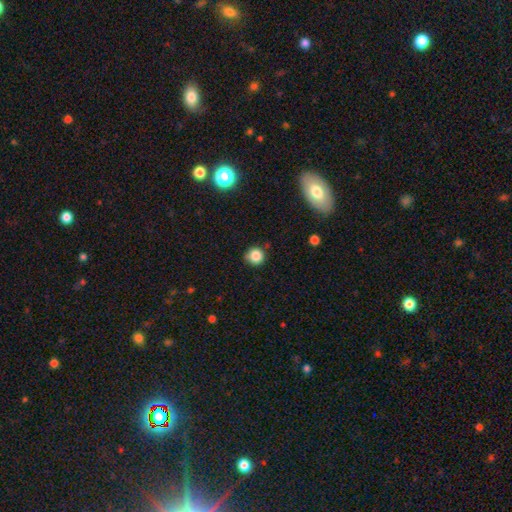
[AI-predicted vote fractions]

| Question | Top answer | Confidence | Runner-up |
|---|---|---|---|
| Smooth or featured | smooth | 84% | star or artifact (11%) |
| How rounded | round | 93% | in between (6%) |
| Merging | none | 80% | minor disturbance (15%) |